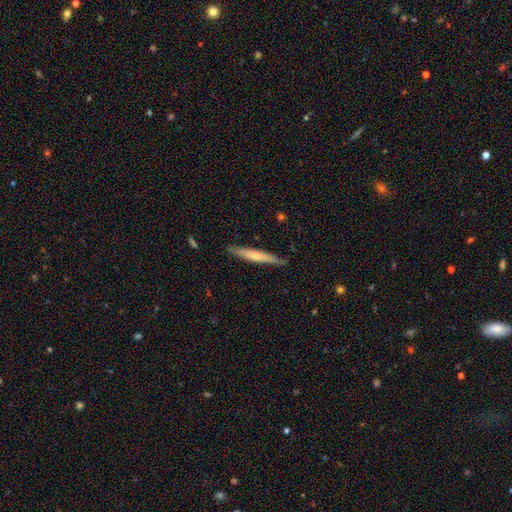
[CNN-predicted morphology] The model was most divided on "smooth or featured": smooth: 50%, featured or disk: 45%, star or artifact: 5%. More confident: merging — none (85%).